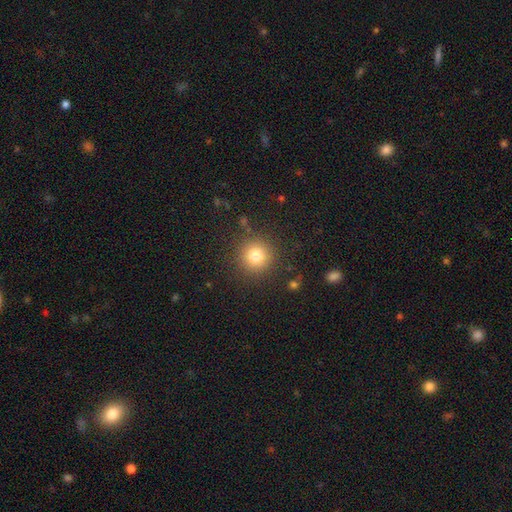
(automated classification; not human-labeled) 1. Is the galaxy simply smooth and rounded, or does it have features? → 79% smooth, 13% star or artifact, 8% featured or disk.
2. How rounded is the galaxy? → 94% round, 5% in between, 1% cigar-shaped.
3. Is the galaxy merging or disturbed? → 88% none, 7% minor disturbance, 3% major disturbance, 2% merger.